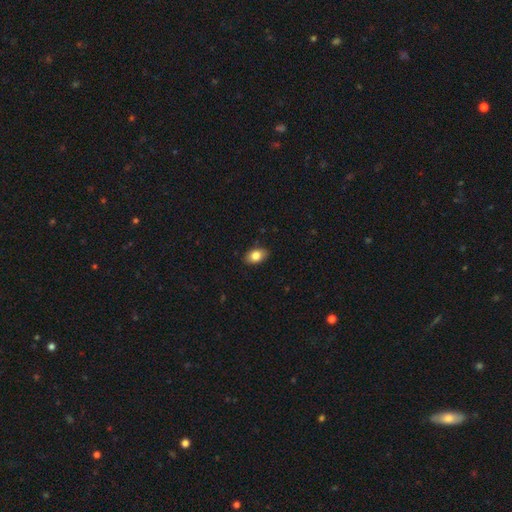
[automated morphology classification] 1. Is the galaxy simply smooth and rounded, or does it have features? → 83% smooth, 9% featured or disk, 8% star or artifact.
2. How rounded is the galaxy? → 86% in between, 13% round, 1% cigar-shaped.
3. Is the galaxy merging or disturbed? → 88% none, 9% minor disturbance, 2% major disturbance, 1% merger.